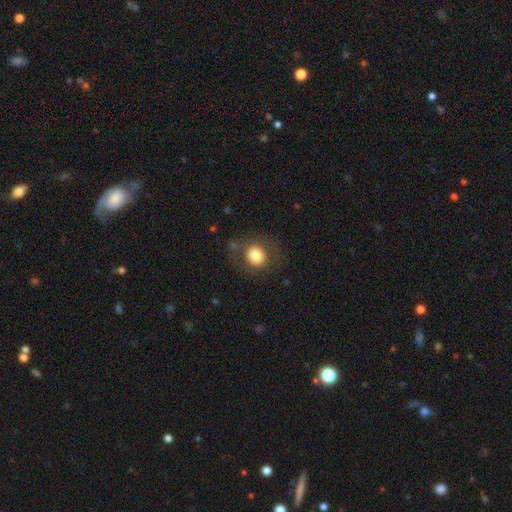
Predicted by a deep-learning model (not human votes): This appears to be a smooth galaxy with no disk features (77%) that is round (82%). Merging: none (77%).